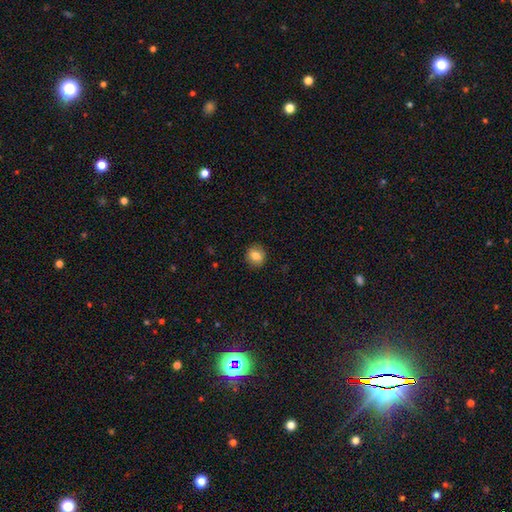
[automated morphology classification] Smooth or featured?
  - smooth: 82% *
  - star or artifact: 9%
  - featured or disk: 9%
How rounded?
  - round: 87% *
  - in between: 12%
  - cigar-shaped: 1%
Merging?
  - none: 91% *
  - minor disturbance: 6%
  - major disturbance: 2%
  - merger: 1%